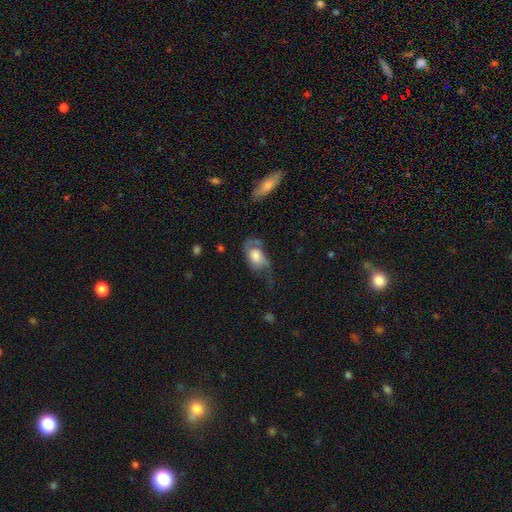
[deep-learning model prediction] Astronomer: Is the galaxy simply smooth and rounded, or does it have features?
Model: featured or disk — 51% (runner-up: smooth, 42%).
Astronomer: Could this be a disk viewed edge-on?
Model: no — 94%.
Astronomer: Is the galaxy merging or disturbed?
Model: major disturbance — 39% (runner-up: none, 31%).